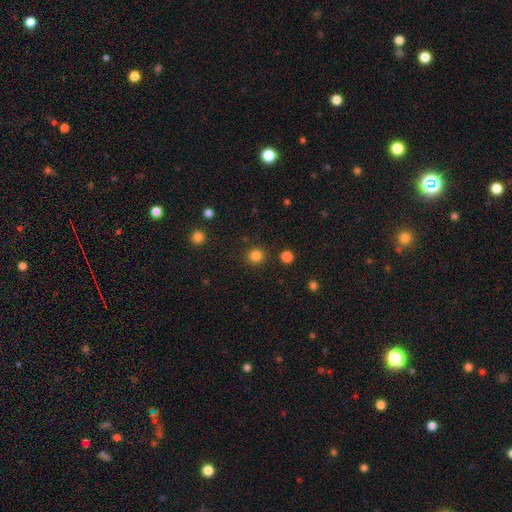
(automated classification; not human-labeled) A smooth galaxy with no disk features (84%) that is round (93%). Merging: none (90%).